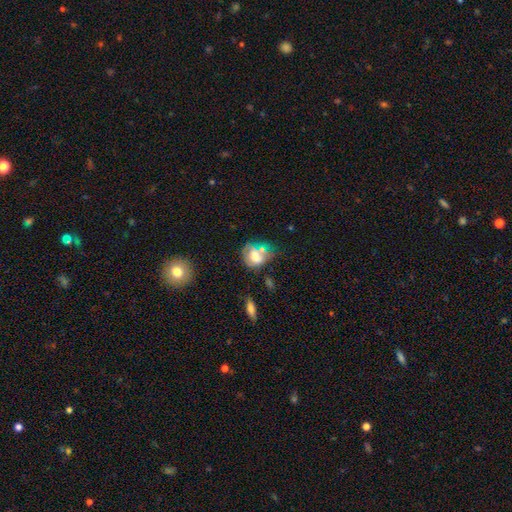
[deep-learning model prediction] smooth_or_featured: smooth (p=0.57) [alt: featured or disk p=0.32]
how_rounded: in between (p=0.54) [alt: round p=0.44]
merging: none (p=0.32) [alt: minor disturbance p=0.25]